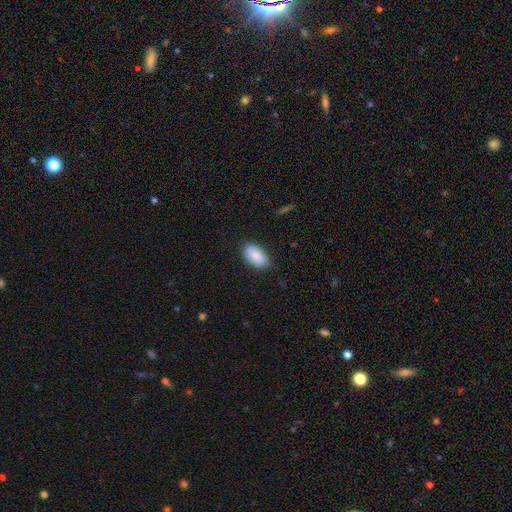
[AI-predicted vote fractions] Q: Smooth or featured?
A: smooth (86%); runner-up: featured or disk (7%)
Q: How rounded?
A: in between (94%); runner-up: round (4%)
Q: Merging?
A: none (83%); runner-up: minor disturbance (13%)